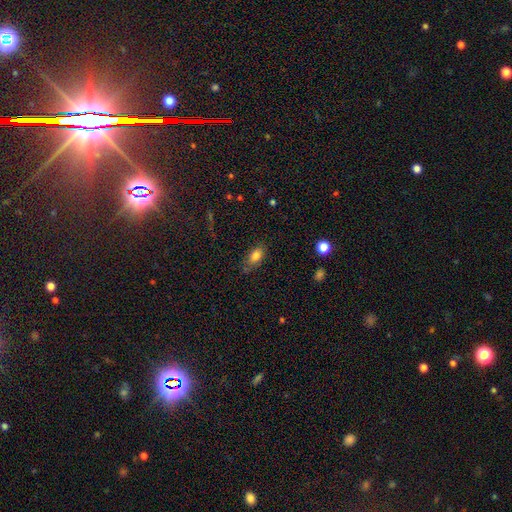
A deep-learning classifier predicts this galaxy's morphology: Smooth or featured? smooth (81%)
How rounded? in between (87%)
Merging? none (71%)